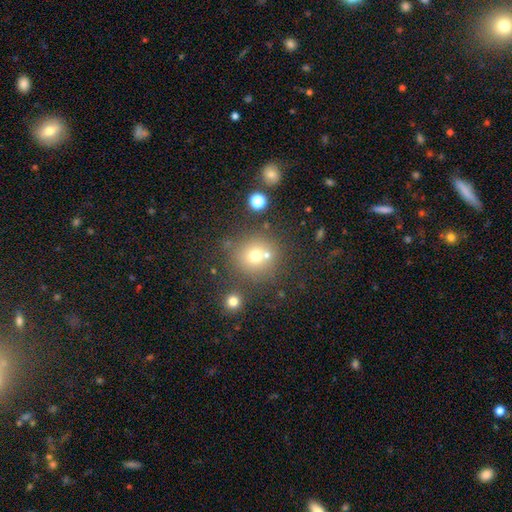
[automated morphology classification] This appears to be a smooth galaxy with no disk features (68%) that is round (92%). Merging: none (68%).